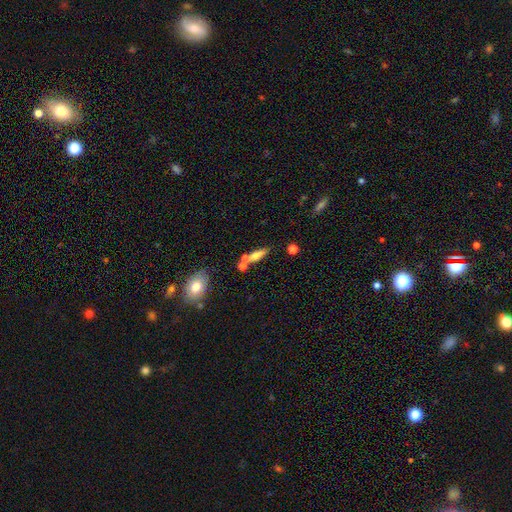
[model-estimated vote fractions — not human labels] smooth 59%, featured or disk 32%, star or artifact 8%. Down the decision tree: how rounded — cigar-shaped (60%); merging — none (57%).